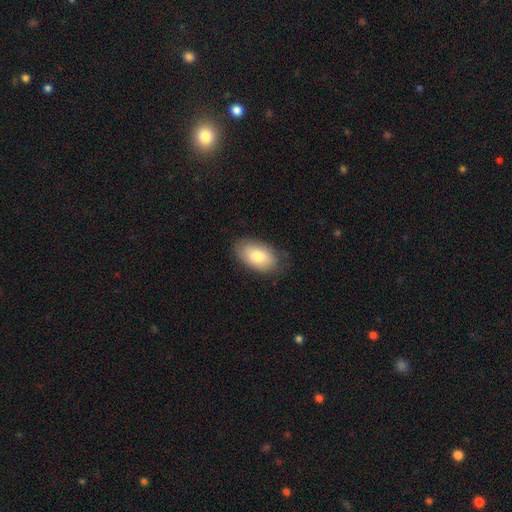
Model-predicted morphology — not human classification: This appears to be a smooth galaxy with no disk features (80%) that is in between round and cigar-shaped (94%). Merging: none (82%).